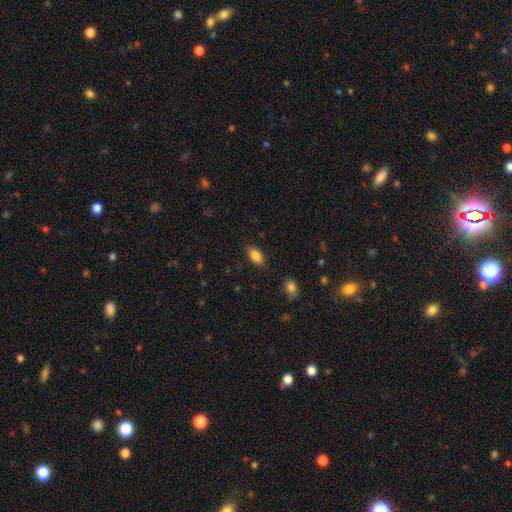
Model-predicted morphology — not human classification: Smooth or featured: smooth — 86% (star or artifact — 8%)
How rounded: in between — 90% (round — 6%)
Merging: none — 84% (minor disturbance — 12%)